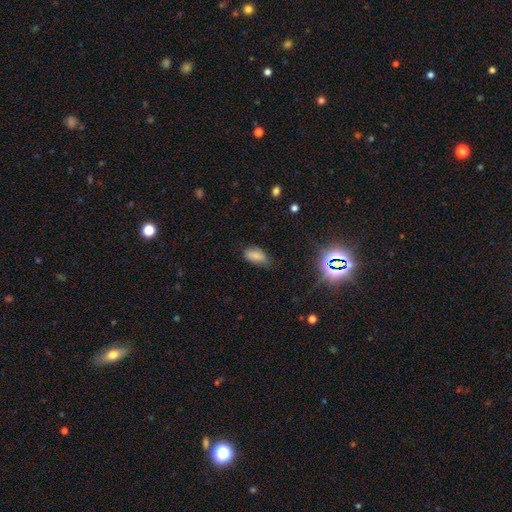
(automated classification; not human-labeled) Smooth or featured? Predicted: smooth (p=0.80). How rounded? Predicted: in between (p=0.91). Merging? Predicted: none (p=0.59).